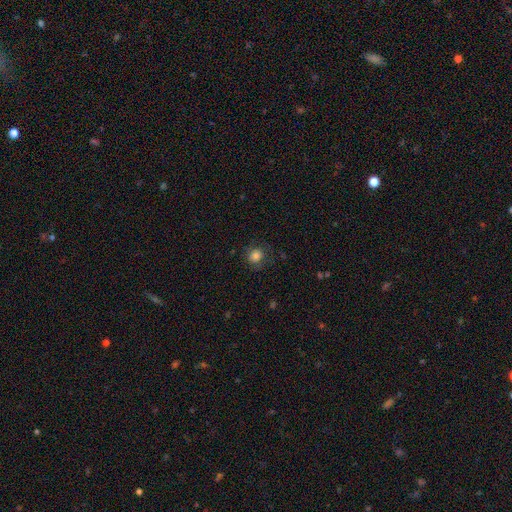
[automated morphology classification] Smooth or featured? smooth (80%)
How rounded? round (83%)
Merging? none (76%)